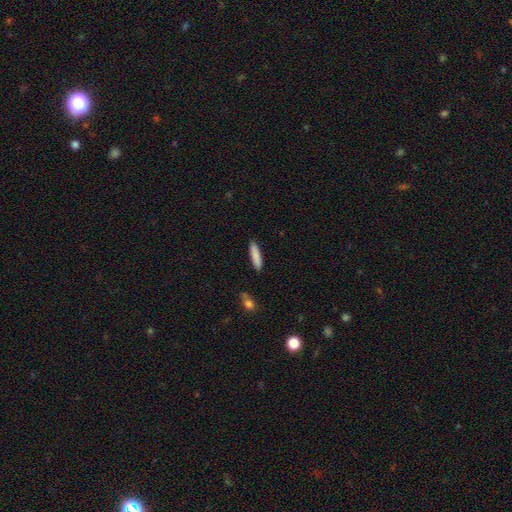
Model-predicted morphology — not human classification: A smooth galaxy with no disk features (86%) that is cigar-shaped (81%). Merging: none (88%).